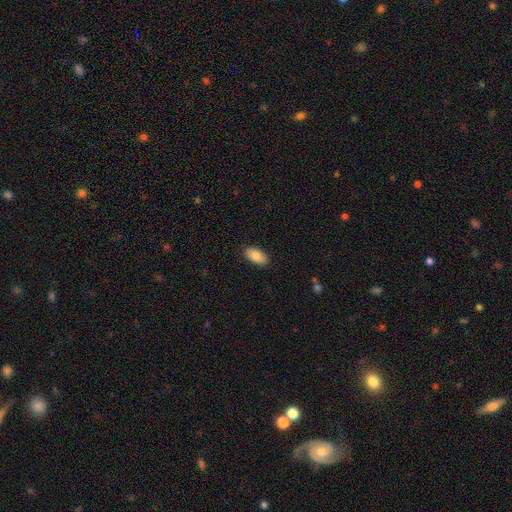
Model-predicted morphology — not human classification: A smooth galaxy with no disk features (84%) that is in between round and cigar-shaped (94%).

Vote fractions:
- Smooth or featured? smooth: 84% / featured or disk: 10% / star or artifact: 6%
- How rounded? in between: 94% / round: 3% / cigar-shaped: 3%
- Merging? none: 88% / minor disturbance: 9% / major disturbance: 2% / merger: 1%